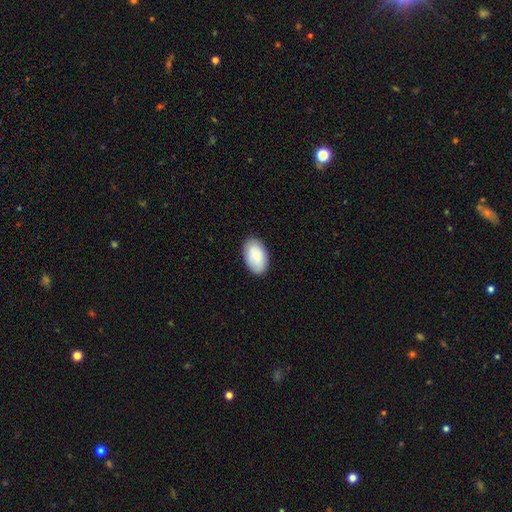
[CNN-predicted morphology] This appears to be a smooth galaxy with no disk features (85%) that is in between round and cigar-shaped (94%). Merging: none (85%).